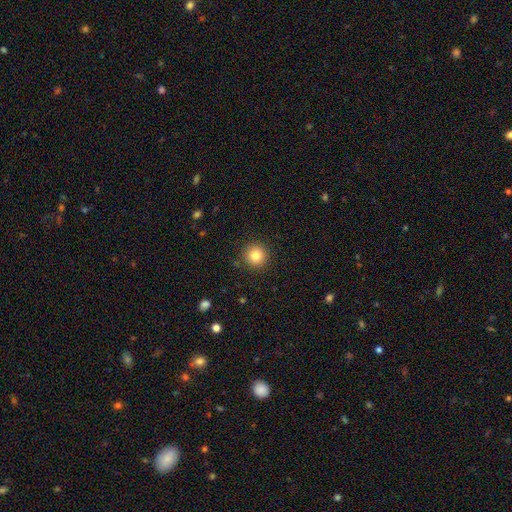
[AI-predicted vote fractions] A smooth galaxy with no disk features (82%) that is round (95%). Merging: none (91%).